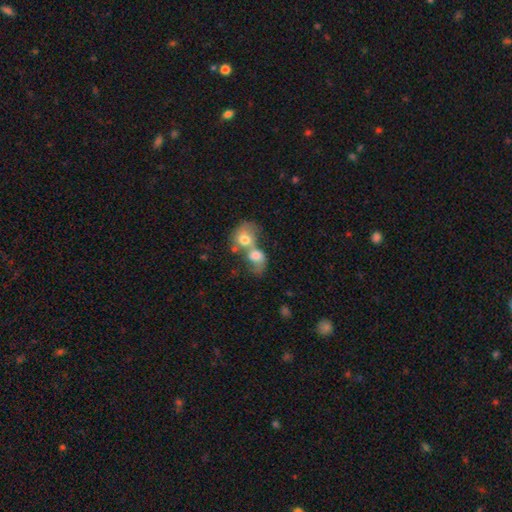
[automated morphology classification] Smooth or featured: smooth — 68% (featured or disk — 24%)
How rounded: in between — 55% (round — 44%)
Merging: merger — 79% (none — 9%)